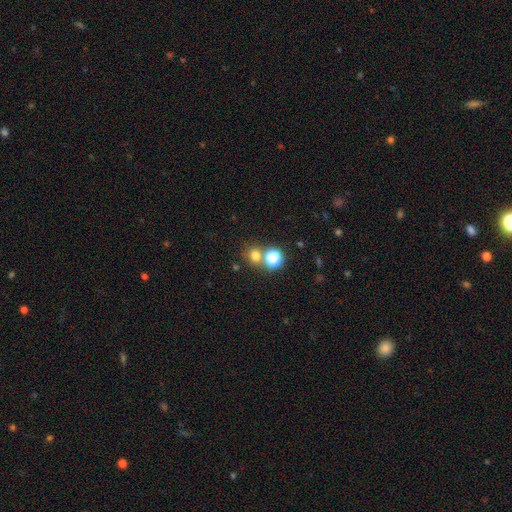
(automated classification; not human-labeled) Smooth or featured?
  - smooth: 69% *
  - star or artifact: 23%
  - featured or disk: 8%
How rounded?
  - round: 82% *
  - in between: 17%
  - cigar-shaped: 1%
Merging?
  - none: 63% *
  - merger: 26%
  - minor disturbance: 8%
  - major disturbance: 4%